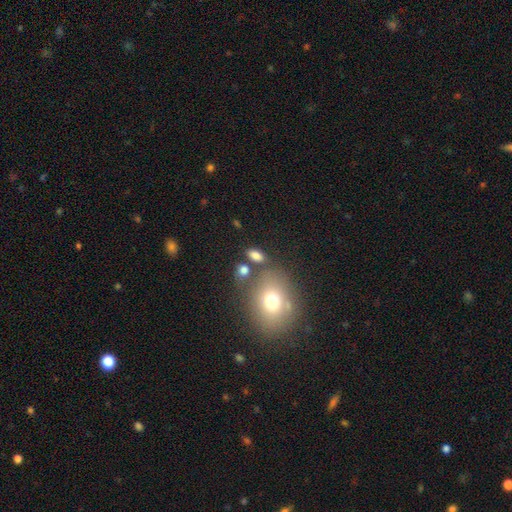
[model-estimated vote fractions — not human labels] smooth_or_featured: smooth (p=0.79) [alt: star or artifact p=0.12]
how_rounded: in between (p=0.82) [alt: round p=0.13]
merging: none (p=0.67) [alt: merger p=0.14]